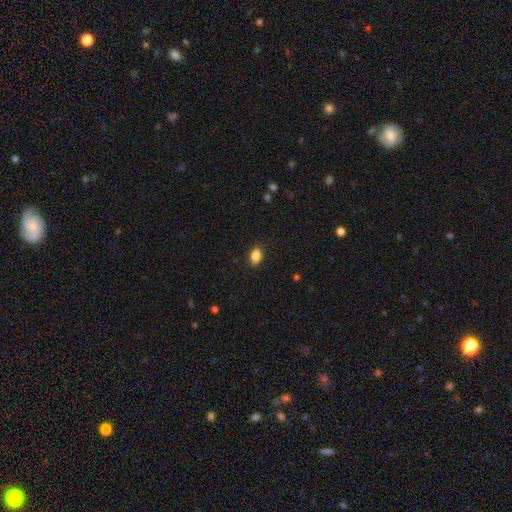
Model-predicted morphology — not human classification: smooth_or_featured: smooth (p=0.87) [alt: star or artifact p=0.09]
how_rounded: in between (p=0.87) [alt: round p=0.11]
merging: none (p=0.88) [alt: minor disturbance p=0.09]